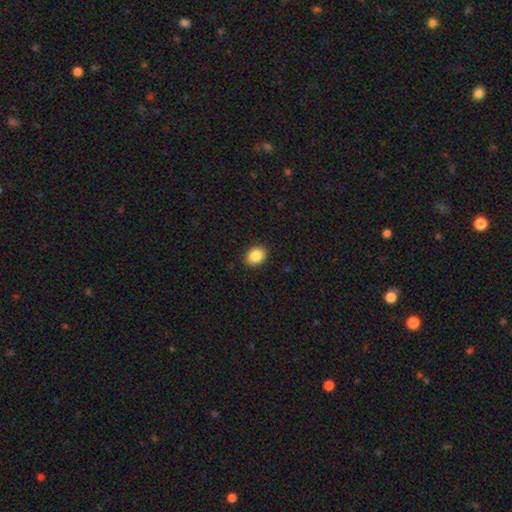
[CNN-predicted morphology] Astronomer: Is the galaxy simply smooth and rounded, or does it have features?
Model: smooth — 87%.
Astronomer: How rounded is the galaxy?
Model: in between — 58% (runner-up: round, 41%).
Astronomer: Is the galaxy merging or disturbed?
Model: none — 90%.